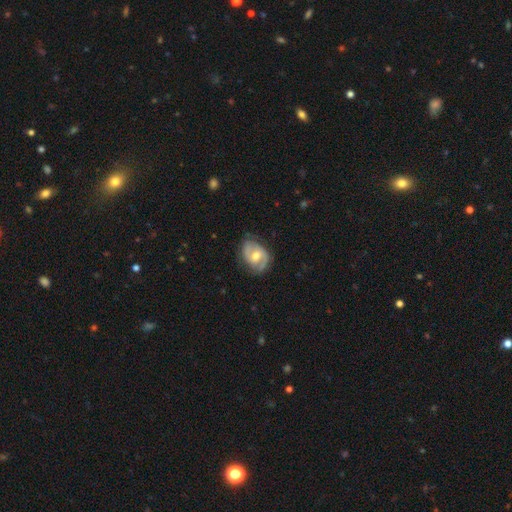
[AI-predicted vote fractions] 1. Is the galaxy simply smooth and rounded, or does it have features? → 73% featured or disk, 21% smooth, 6% star or artifact.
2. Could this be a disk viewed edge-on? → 97% no, 3% yes.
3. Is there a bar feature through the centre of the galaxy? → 45% weak, 42% no, 13% strong.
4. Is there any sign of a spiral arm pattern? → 87% yes, 13% no.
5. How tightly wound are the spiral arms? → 46% medium, 33% tight, 21% loose.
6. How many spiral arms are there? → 81% 2, 10% can't tell, 6% 1, 2% 3, 1% 4, 1% more than 4.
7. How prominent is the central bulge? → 72% moderate, 20% small, 6% large, 1% none, 1% dominant.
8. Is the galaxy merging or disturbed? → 72% none, 21% minor disturbance, 6% major disturbance, 1% merger.